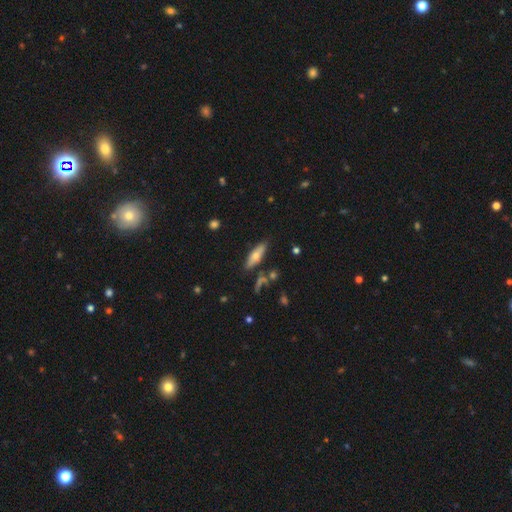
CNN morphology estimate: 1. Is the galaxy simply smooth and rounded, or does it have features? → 61% smooth, 32% featured or disk, 8% star or artifact.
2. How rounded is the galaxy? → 52% cigar-shaped, 45% in between, 3% round.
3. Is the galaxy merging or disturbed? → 78% none, 14% minor disturbance, 5% merger, 3% major disturbance.